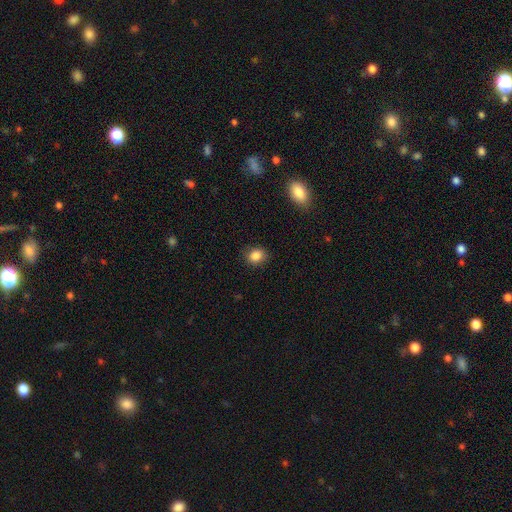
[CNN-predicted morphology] Smooth or featured? smooth (86%)
How rounded? round (58%)
Merging? none (86%)